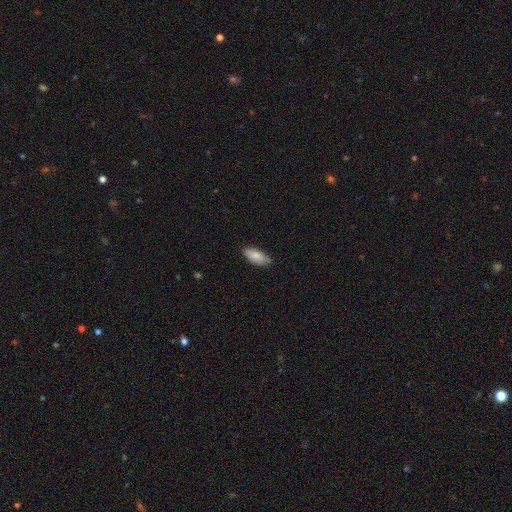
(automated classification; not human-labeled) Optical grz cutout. It shows a smooth galaxy with no disk features (83%) that is in between round and cigar-shaped (82%). Merging: none (70%).